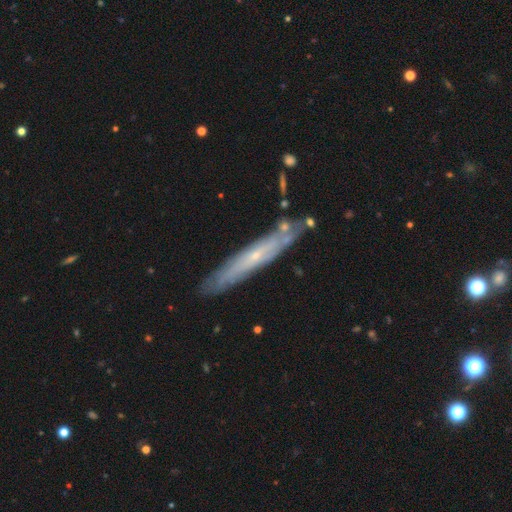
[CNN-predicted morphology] smooth_or_featured: featured or disk (p=0.67) [alt: smooth p=0.26]
disk_edge_on: yes (p=0.68) [alt: no p=0.32]
merging: none (p=0.79) [alt: minor disturbance p=0.14]